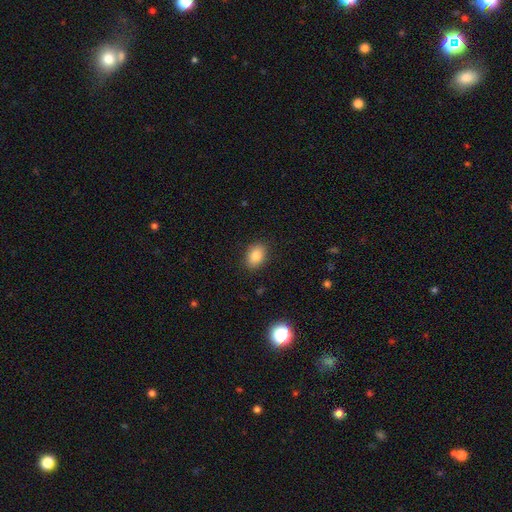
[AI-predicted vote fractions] A smooth galaxy with no disk features (84%) that is in between round and cigar-shaped (79%). Merging: none (87%).